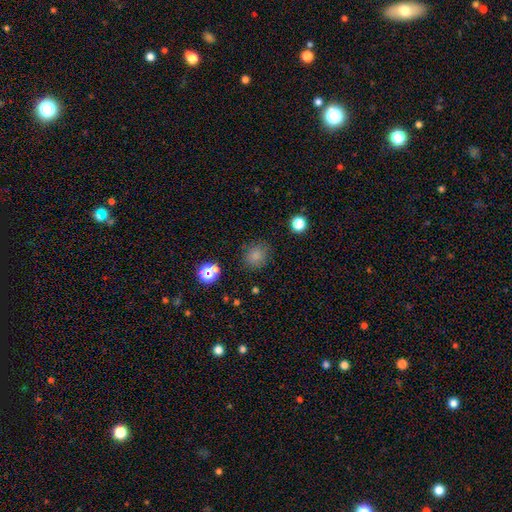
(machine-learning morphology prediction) Smooth or featured?
  - smooth: 78% *
  - star or artifact: 16%
  - featured or disk: 6%
How rounded?
  - round: 84% *
  - in between: 15%
  - cigar-shaped: 1%
Merging?
  - none: 84% *
  - minor disturbance: 10%
  - major disturbance: 4%
  - merger: 2%